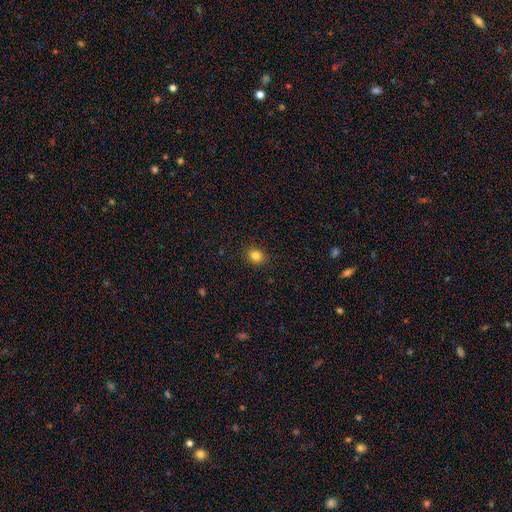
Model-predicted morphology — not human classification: A smooth galaxy with no disk features (83%) that is round (66%). Merging: none (88%).